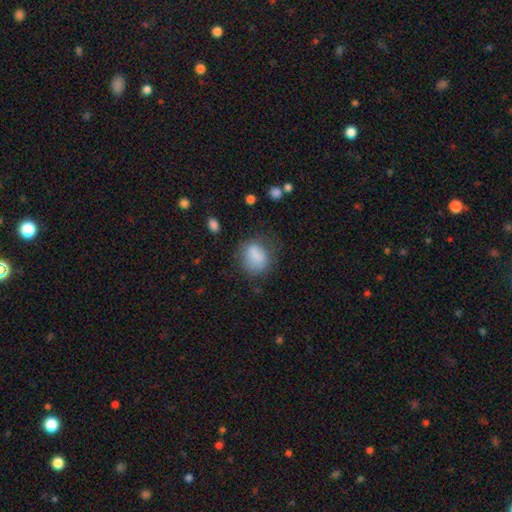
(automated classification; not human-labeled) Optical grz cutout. It shows a smooth galaxy with no disk features (79%) that is in between round and cigar-shaped (52%). Merging: none (59%).